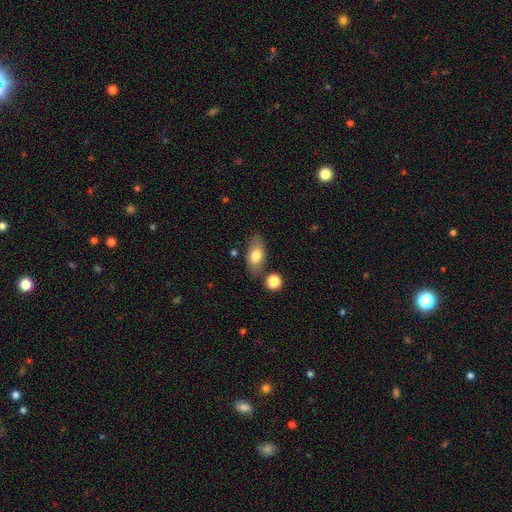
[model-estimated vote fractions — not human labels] Q: Smooth or featured?
A: smooth (76%); runner-up: featured or disk (17%)
Q: How rounded?
A: in between (89%); runner-up: round (6%)
Q: Merging?
A: none (77%); runner-up: minor disturbance (13%)